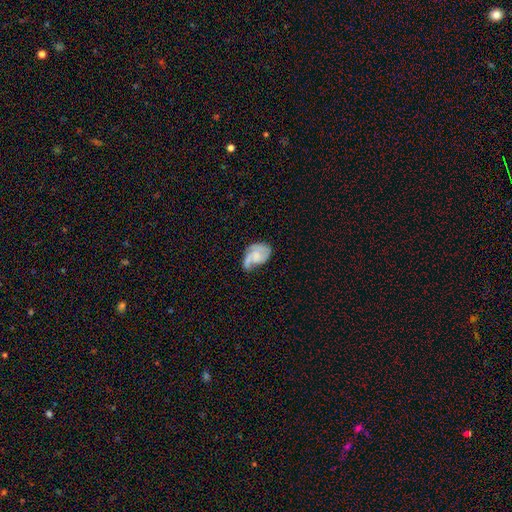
Smooth or featured? featured or disk (76%)
Edge-on disk? no (100%)
Bar? no (57%)
Spiral arms? yes (89%)
Spiral winding? medium (48%)
Spiral arm count? 2 (92%)
Bulge size? none (50%)
Merging? none (43%)